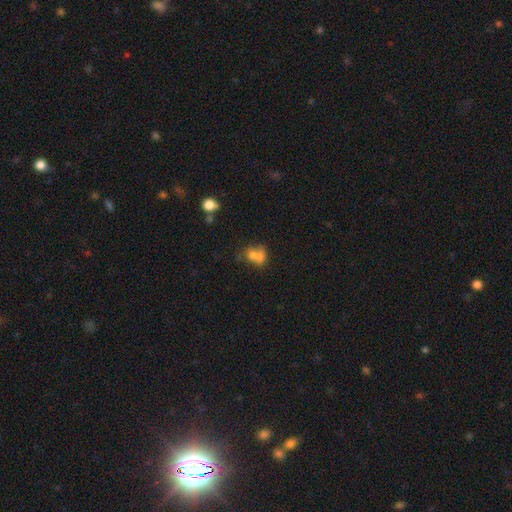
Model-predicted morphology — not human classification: Smooth or featured? smooth (68%)
How rounded? round (54%)
Merging? merger (62%)